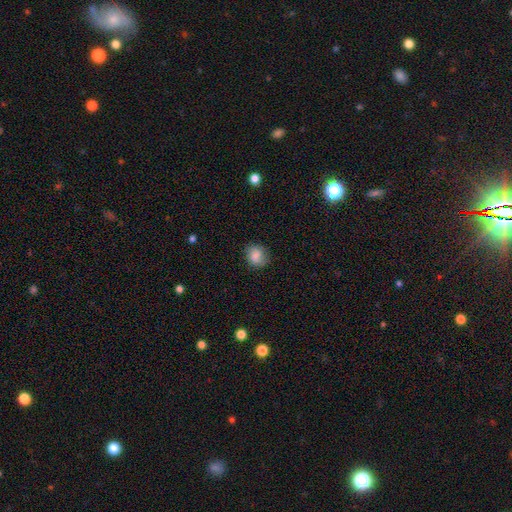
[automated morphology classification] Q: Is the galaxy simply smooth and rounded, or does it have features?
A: smooth — 84%.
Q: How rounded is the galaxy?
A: round — 70%.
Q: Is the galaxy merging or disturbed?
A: none — 79%.